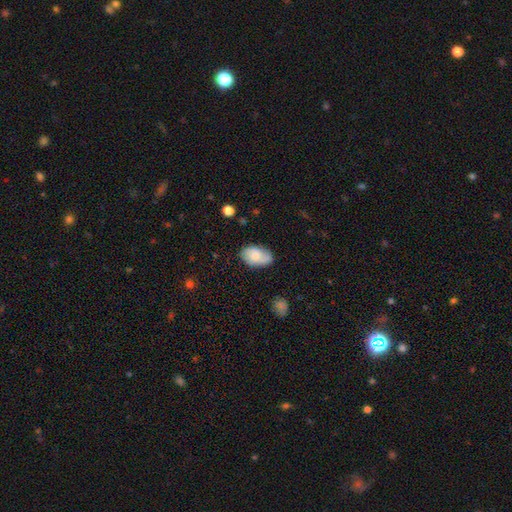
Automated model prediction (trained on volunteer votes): Smooth or featured? Predicted: smooth (p=0.65). How rounded? Predicted: in between (p=0.90). Merging? Predicted: none (p=0.76).